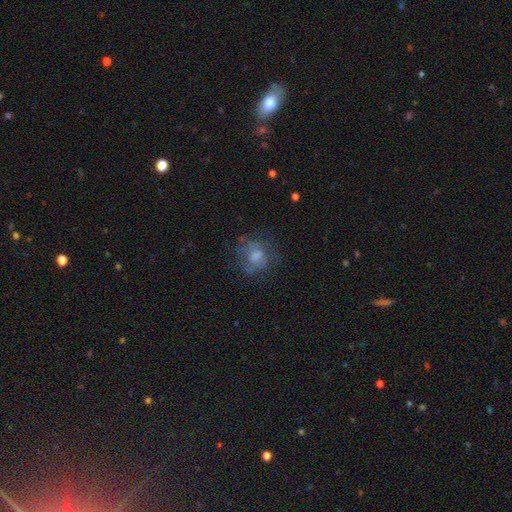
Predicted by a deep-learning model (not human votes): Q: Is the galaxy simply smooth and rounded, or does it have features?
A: featured or disk — 43%.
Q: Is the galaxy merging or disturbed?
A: none — 65%.